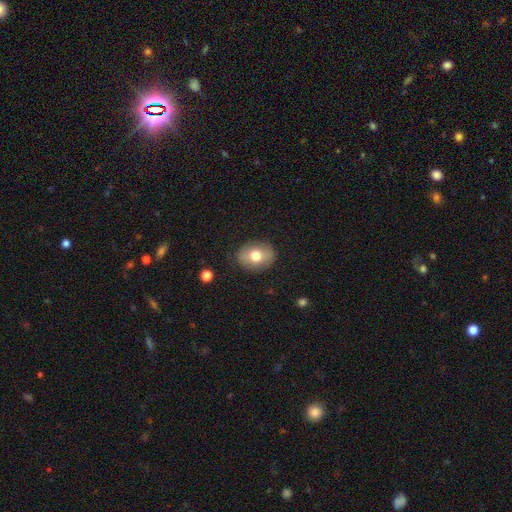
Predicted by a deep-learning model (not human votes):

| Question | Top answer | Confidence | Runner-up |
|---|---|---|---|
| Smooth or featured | smooth | 71% | featured or disk (21%) |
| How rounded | in between | 52% | round (47%) |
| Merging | none | 85% | minor disturbance (11%) |